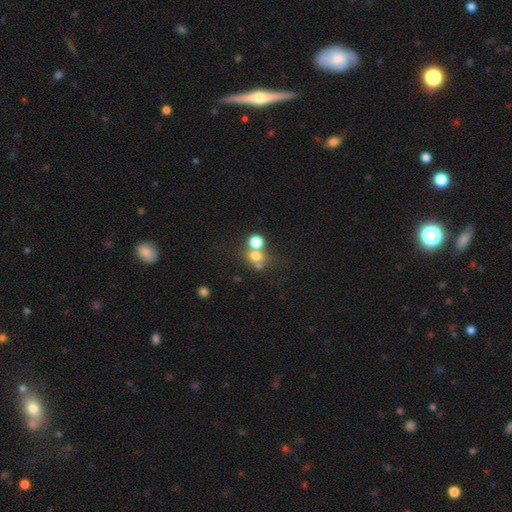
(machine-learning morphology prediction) Smooth or featured?
  - smooth: 67% *
  - star or artifact: 18%
  - featured or disk: 15%
How rounded?
  - round: 72% *
  - in between: 27%
  - cigar-shaped: 1%
Merging?
  - merger: 45% *
  - none: 41%
  - minor disturbance: 8%
  - major disturbance: 5%